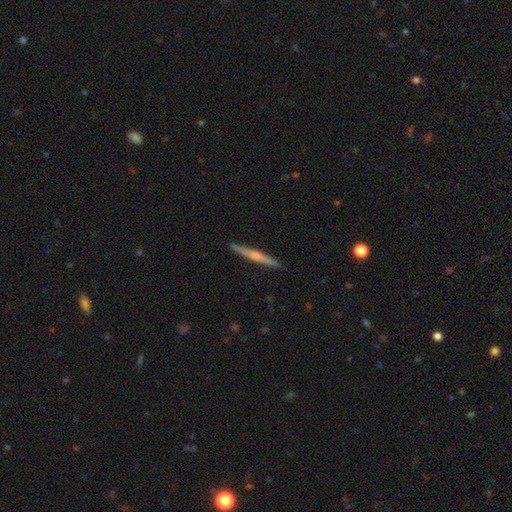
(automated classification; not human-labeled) Morphology: type=featured or disk (56%); edge-on=yes (98%); edge-on bulge=rounded (58%); merging=none (92%).